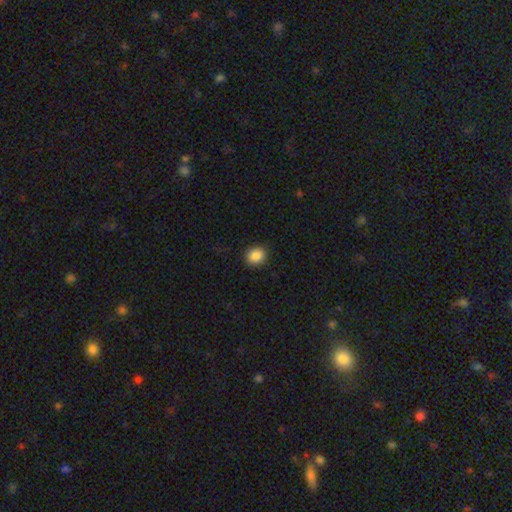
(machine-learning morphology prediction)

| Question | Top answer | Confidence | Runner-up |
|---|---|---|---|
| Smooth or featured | smooth | 88% | star or artifact (9%) |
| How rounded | round | 75% | in between (24%) |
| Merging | none | 90% | minor disturbance (8%) |